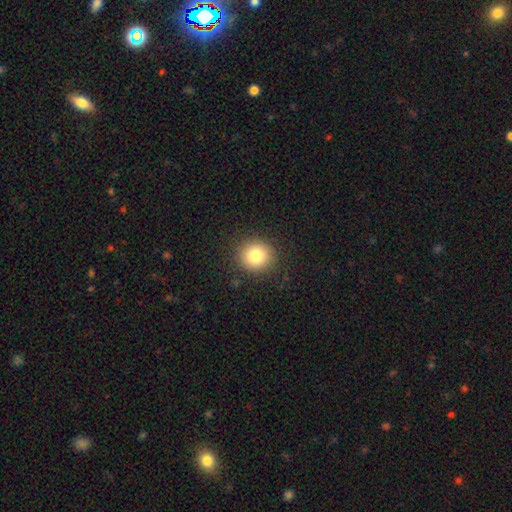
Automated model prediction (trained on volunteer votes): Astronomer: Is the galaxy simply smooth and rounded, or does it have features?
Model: smooth — 81%.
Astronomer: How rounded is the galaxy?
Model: round — 87%.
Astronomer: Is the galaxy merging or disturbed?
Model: none — 90%.